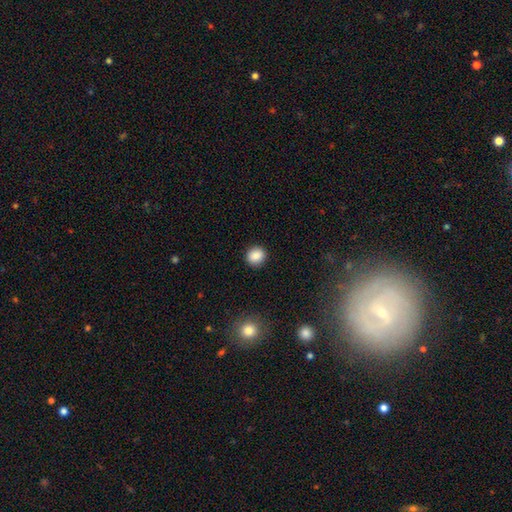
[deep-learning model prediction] Smooth or featured? smooth (87%)
How rounded? round (82%)
Merging? none (90%)